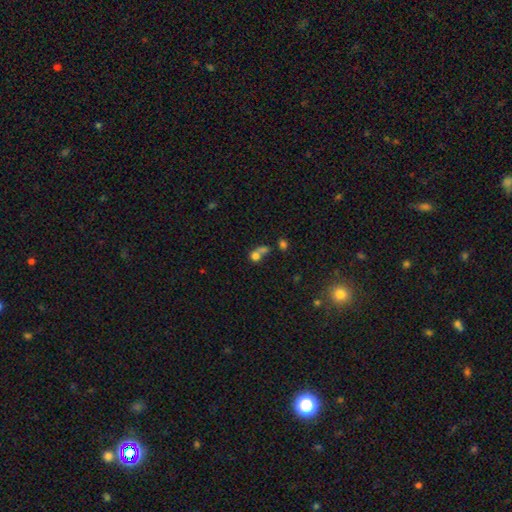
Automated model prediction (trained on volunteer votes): Smooth or featured? smooth (73%)
How rounded? round (67%)
Merging? merger (58%)